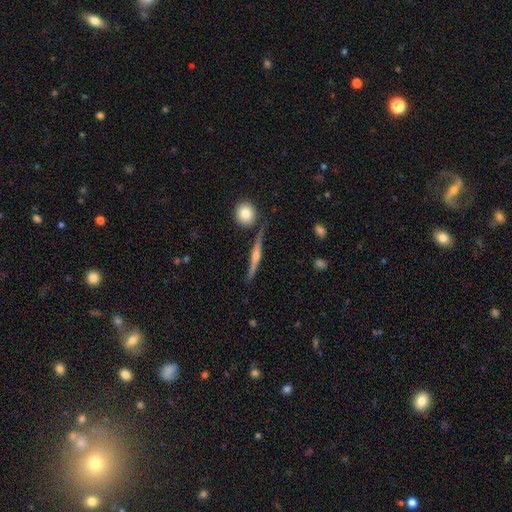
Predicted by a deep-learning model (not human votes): smooth-or-featured: featured or disk: 75% | smooth: 18% | star or artifact: 6%
  disk-edge-on: yes: 97% | no: 3%
    edge-on-bulge: rounded: 83% | boxy: 8% | none: 8%
  merging: none: 84% | minor disturbance: 10% | merger: 4% | major disturbance: 2%